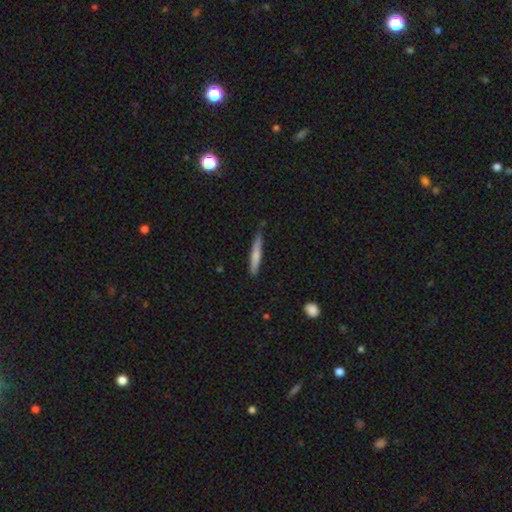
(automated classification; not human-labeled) Overall: smooth (70%). How rounded: cigar-shaped (93%). Merging: none (76%).